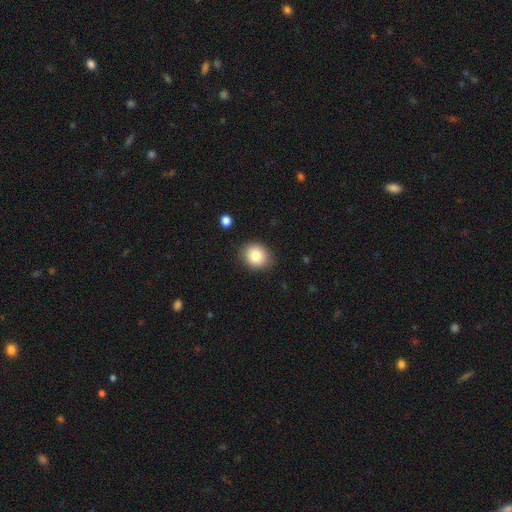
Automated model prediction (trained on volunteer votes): The model was most divided on "how rounded": round: 67%, in between: 32%, cigar-shaped: 1%. More confident: merging — none (86%); smooth or featured — smooth (82%).